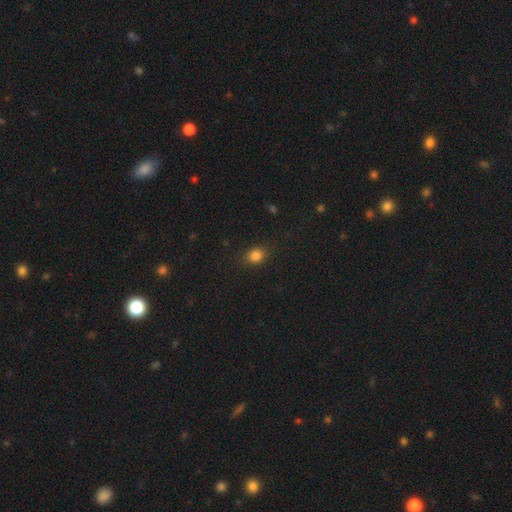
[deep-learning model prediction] Smooth or featured: smooth — 83% (star or artifact — 12%)
How rounded: round — 52% (in between — 46%)
Merging: none — 85% (minor disturbance — 10%)